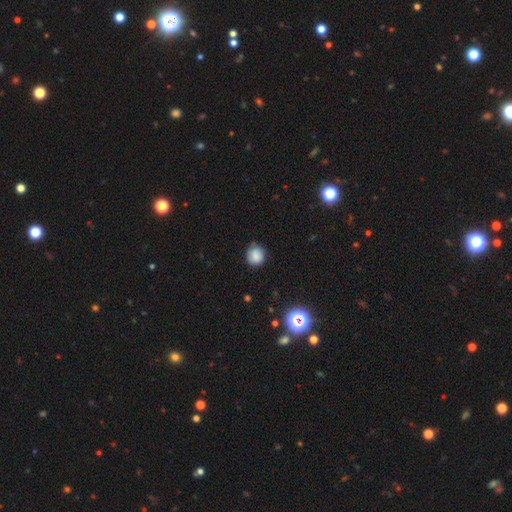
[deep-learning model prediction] Smooth or featured? Predicted: smooth (p=0.83). How rounded? Predicted: round (p=0.87). Merging? Predicted: none (p=0.81).